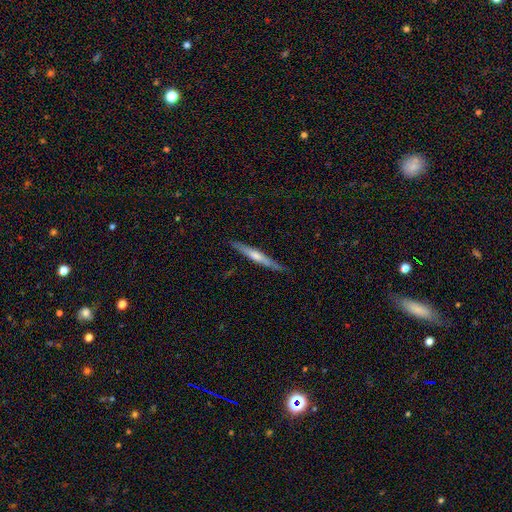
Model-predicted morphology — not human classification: The model was most divided on "smooth or featured": featured or disk: 56%, smooth: 38%, star or artifact: 6%. More confident: edge-on disk — yes (96%); merging — none (84%); edge-on bulge — rounded (62%).